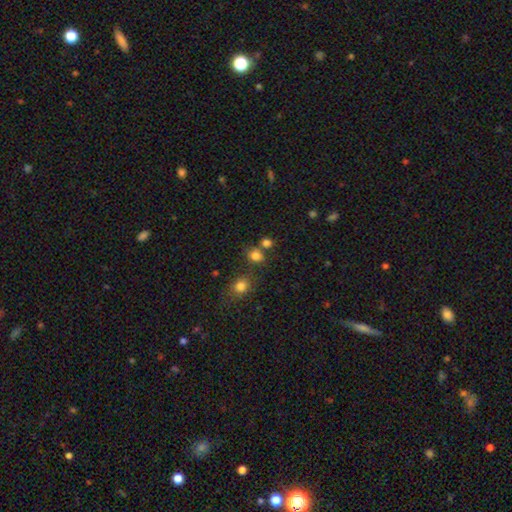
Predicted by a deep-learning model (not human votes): Smooth or featured?
  - smooth: 79% *
  - star or artifact: 15%
  - featured or disk: 5%
How rounded?
  - round: 75% *
  - in between: 23%
  - cigar-shaped: 1%
Merging?
  - none: 65% *
  - merger: 21%
  - minor disturbance: 10%
  - major disturbance: 4%